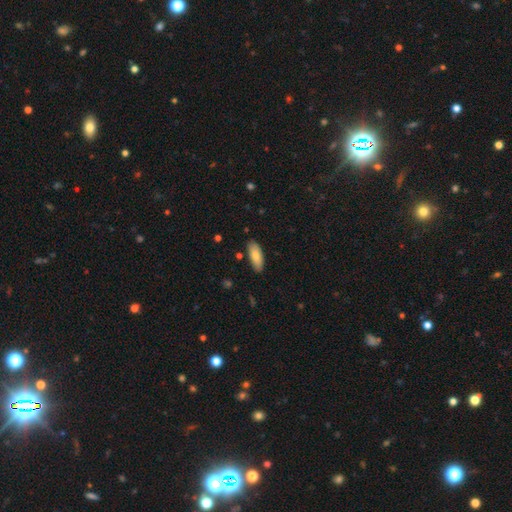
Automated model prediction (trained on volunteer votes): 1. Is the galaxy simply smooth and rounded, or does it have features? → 81% smooth, 13% featured or disk, 6% star or artifact.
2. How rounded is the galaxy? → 78% in between, 20% cigar-shaped, 2% round.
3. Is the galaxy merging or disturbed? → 85% none, 12% minor disturbance, 2% major disturbance, 2% merger.